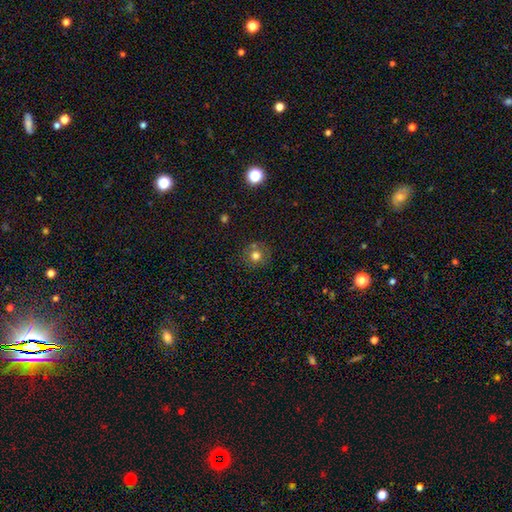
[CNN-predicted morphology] smooth_or_featured: smooth (p=0.73) [alt: star or artifact p=0.15]
how_rounded: round (p=0.91) [alt: in between p=0.08]
merging: none (p=0.77) [alt: minor disturbance p=0.12]